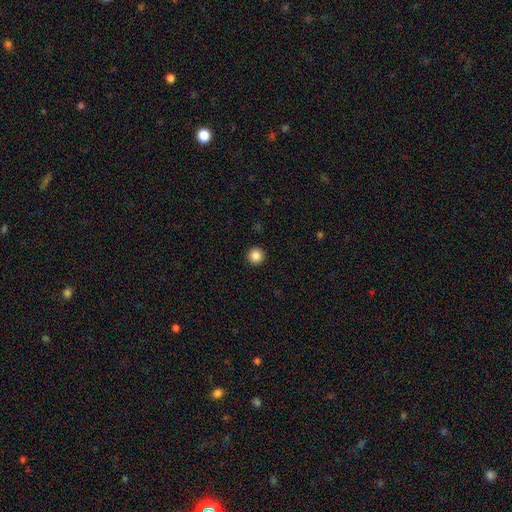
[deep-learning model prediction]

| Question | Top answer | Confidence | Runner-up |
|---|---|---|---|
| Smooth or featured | smooth | 86% | star or artifact (10%) |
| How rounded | round | 97% | in between (3%) |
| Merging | none | 94% | minor disturbance (4%) |